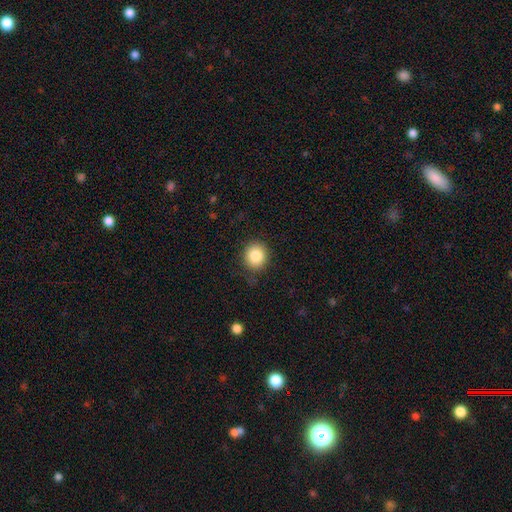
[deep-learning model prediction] The model was most divided on "how rounded": round: 84%, in between: 15%, cigar-shaped: 1%. More confident: smooth or featured — smooth (84%); merging — none (82%).